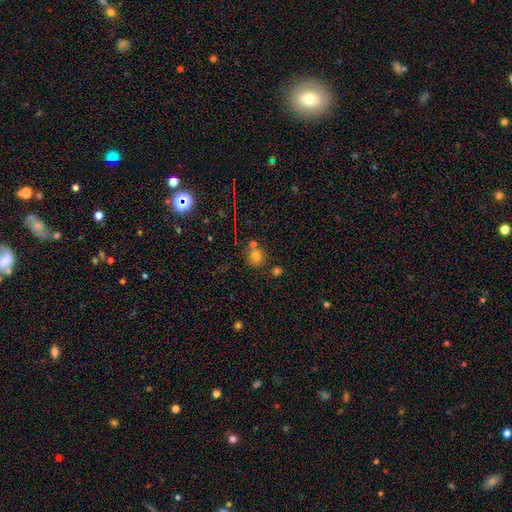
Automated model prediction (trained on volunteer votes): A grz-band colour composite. It shows a smooth galaxy with no disk features (75%) that is round (86%). Merging: none (64%).